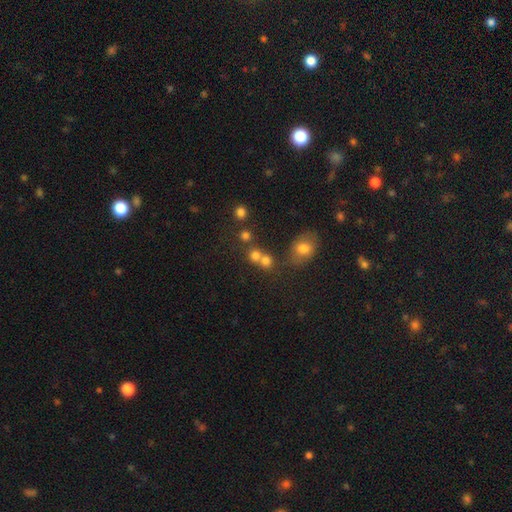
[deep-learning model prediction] Morphology: type=smooth (73%); roundness=round (83%); merging=none (47%).